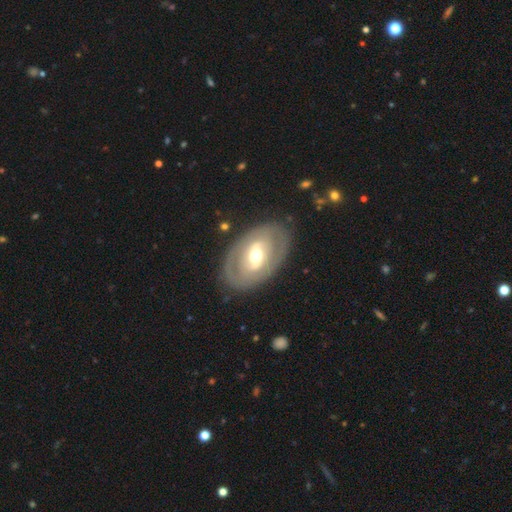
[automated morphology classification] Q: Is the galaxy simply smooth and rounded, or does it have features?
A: featured or disk — 68%.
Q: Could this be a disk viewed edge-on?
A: no — 92%.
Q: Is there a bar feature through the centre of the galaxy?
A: weak — 37%.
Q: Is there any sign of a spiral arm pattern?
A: no — 61%.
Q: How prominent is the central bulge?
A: moderate — 70%.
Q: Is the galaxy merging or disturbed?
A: none — 81%.